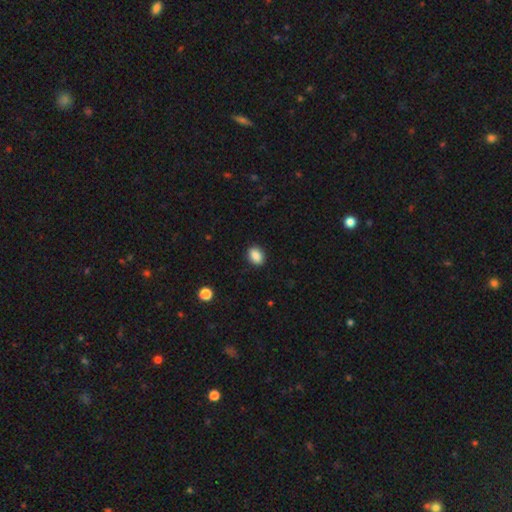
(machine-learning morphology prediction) Q: Smooth or featured?
A: smooth (88%); runner-up: star or artifact (8%)
Q: How rounded?
A: in between (74%); runner-up: round (25%)
Q: Merging?
A: none (89%); runner-up: minor disturbance (8%)